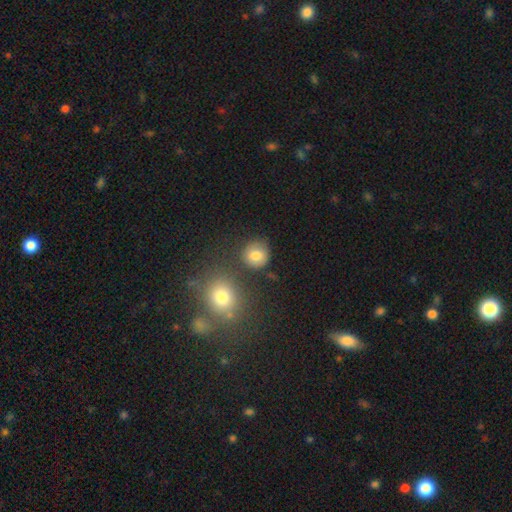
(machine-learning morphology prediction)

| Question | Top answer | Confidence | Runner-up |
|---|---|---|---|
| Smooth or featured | smooth | 80% | star or artifact (11%) |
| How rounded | round | 88% | in between (11%) |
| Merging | none | 79% | minor disturbance (11%) |